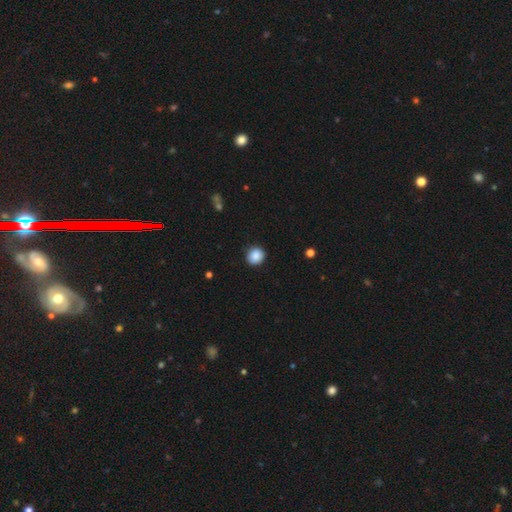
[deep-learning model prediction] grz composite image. It shows a smooth galaxy with no disk features (87%) that is round (83%). Merging: none (86%).